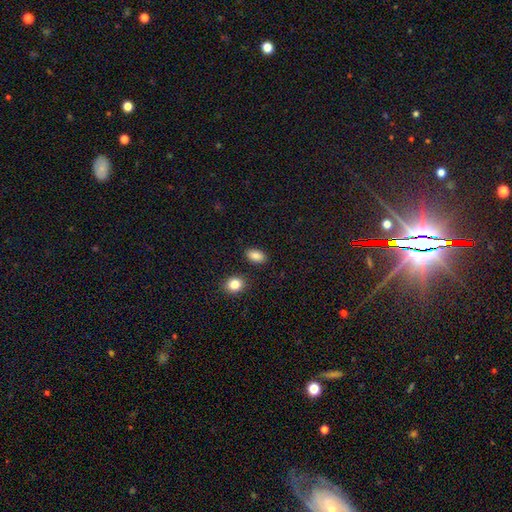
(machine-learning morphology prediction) smooth_or_featured: smooth (p=0.87) [alt: star or artifact p=0.08]
how_rounded: in between (p=0.90) [alt: round p=0.08]
merging: none (p=0.87) [alt: minor disturbance p=0.08]